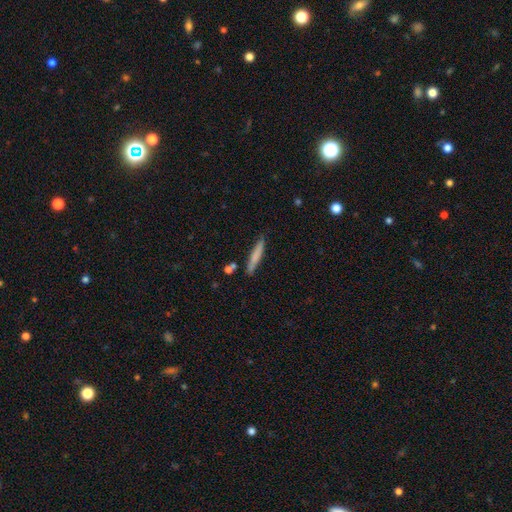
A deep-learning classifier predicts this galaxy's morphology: Smooth or featured? smooth (70%)
How rounded? cigar-shaped (93%)
Merging? none (80%)